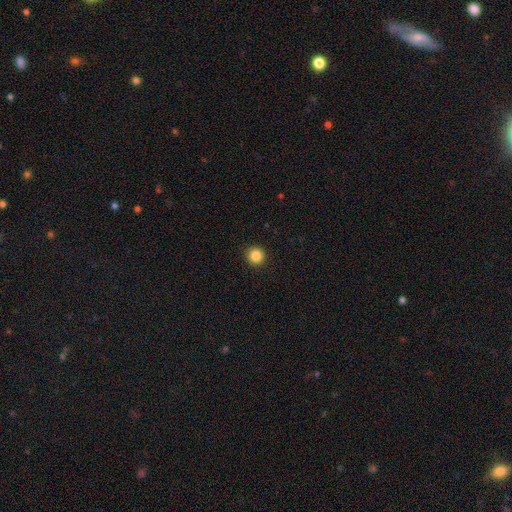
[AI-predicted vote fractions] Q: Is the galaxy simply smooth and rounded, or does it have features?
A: smooth — 86%.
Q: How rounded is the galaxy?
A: round — 95%.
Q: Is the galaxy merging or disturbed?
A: none — 93%.